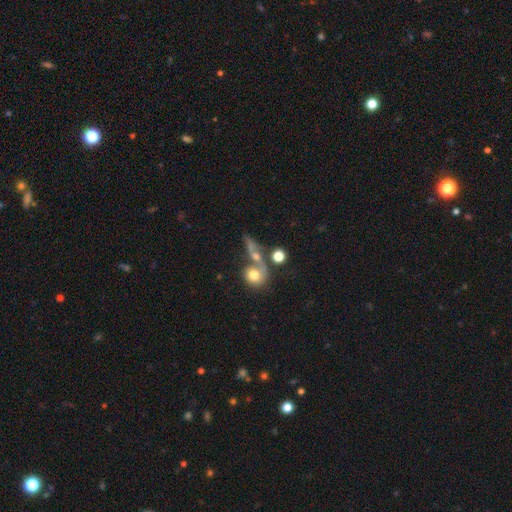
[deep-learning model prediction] Smooth or featured? smooth (54%)
How rounded? round (61%)
Merging? merger (41%)